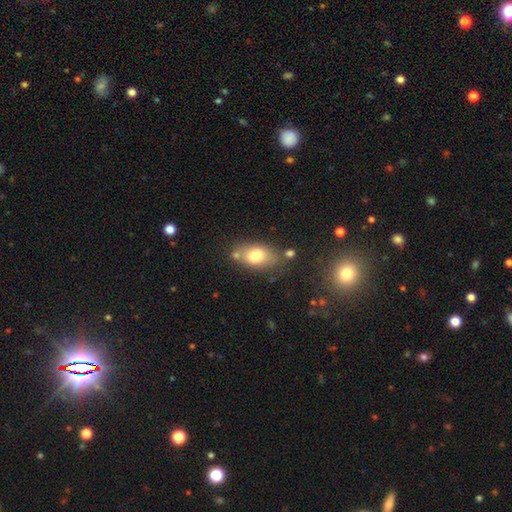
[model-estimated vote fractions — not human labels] A smooth galaxy with no disk features (75%) that is in between round and cigar-shaped (83%).

Vote fractions:
- Smooth or featured? smooth: 75% / featured or disk: 16% / star or artifact: 9%
- How rounded? in between: 83% / round: 13% / cigar-shaped: 3%
- Merging? none: 64% / minor disturbance: 17% / merger: 12% / major disturbance: 6%